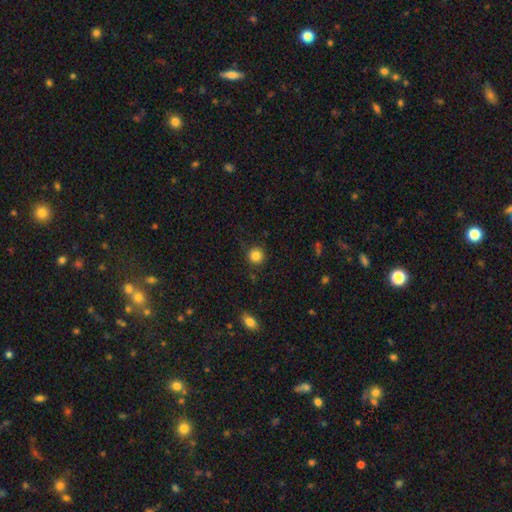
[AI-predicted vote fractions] This is clearly a smooth galaxy (84%). How rounded: clearly round (93%). Merging: clearly none (88%).